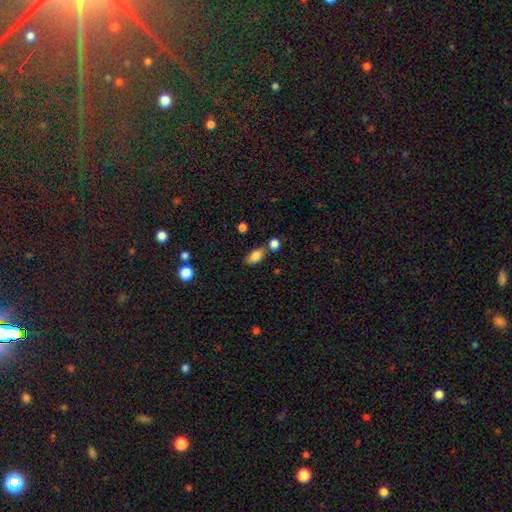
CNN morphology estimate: smooth 83%, star or artifact 9%, featured or disk 8%. Down the decision tree: how rounded — in between (87%); merging — none (60%).